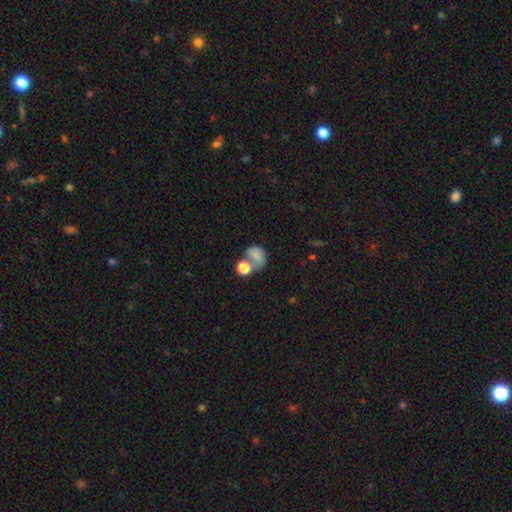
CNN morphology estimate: Smooth or featured? Predicted: smooth (p=0.72). How rounded? Predicted: round (p=0.51). Merging? Predicted: merger (p=0.45).